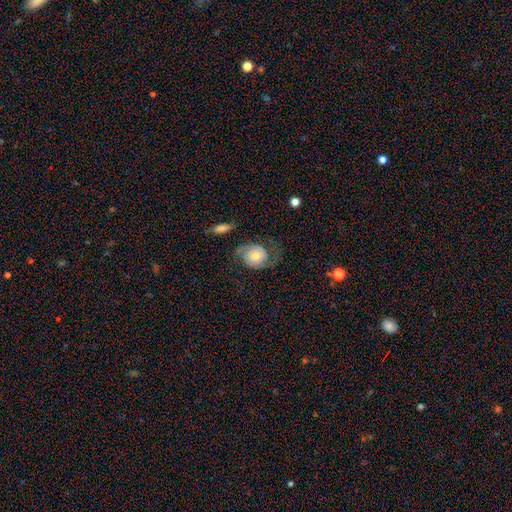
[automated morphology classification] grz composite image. It shows a featured or disk galaxy (69%) with no bar (75%), 2 (90%) loose (42%) spiral arms (93%) and a small central bulge (46%). Merging: none (62%).